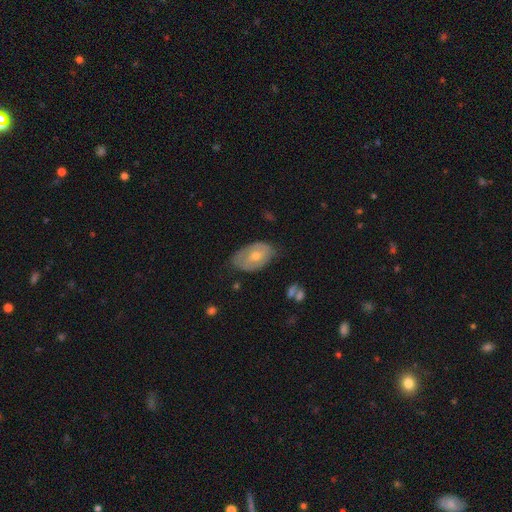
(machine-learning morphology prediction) A featured or disk galaxy (50%).

Vote fractions:
- Smooth or featured? featured or disk: 50% / smooth: 43% / star or artifact: 7%
- Merging? none: 64% / minor disturbance: 27% / major disturbance: 6% / merger: 2%